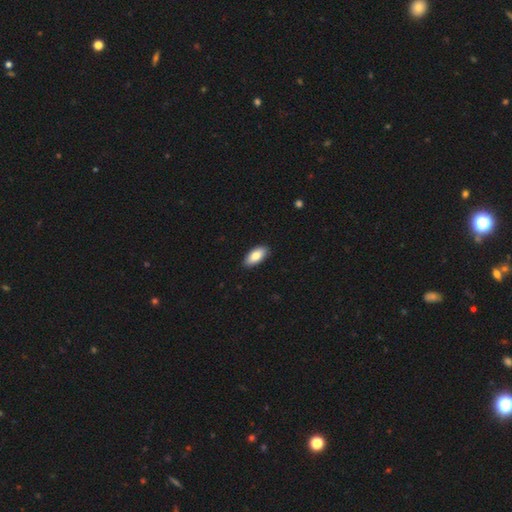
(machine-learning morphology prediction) smooth 80%, featured or disk 14%, star or artifact 6%. Down the decision tree: how rounded — in between (88%); merging — none (90%).